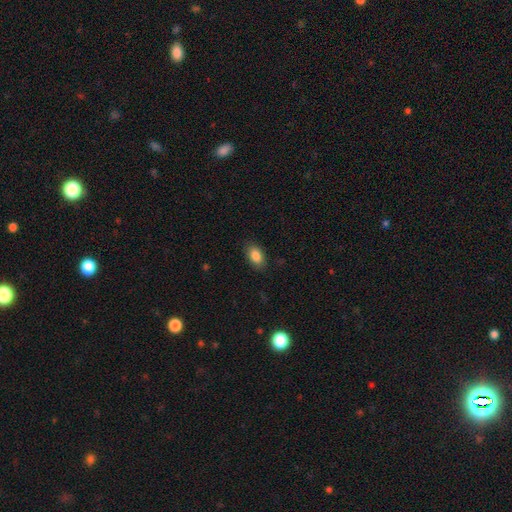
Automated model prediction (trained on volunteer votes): Smooth or featured? Predicted: smooth (p=0.87). How rounded? Predicted: in between (p=0.91). Merging? Predicted: none (p=0.86).